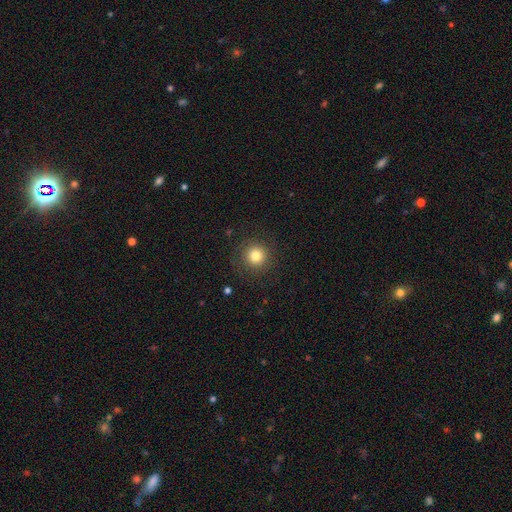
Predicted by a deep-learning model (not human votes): Q: Smooth or featured?
A: smooth (81%); runner-up: star or artifact (12%)
Q: How rounded?
A: round (95%); runner-up: in between (4%)
Q: Merging?
A: none (88%); runner-up: minor disturbance (7%)